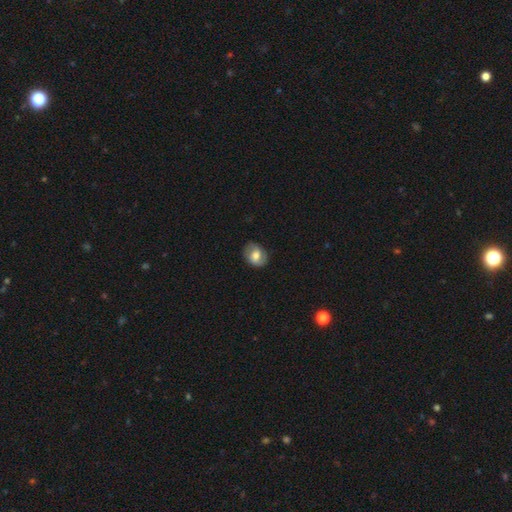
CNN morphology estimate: Smooth or featured?
  - smooth: 57% *
  - featured or disk: 35%
  - star or artifact: 8%
How rounded?
  - in between: 55% *
  - round: 44%
  - cigar-shaped: 1%
Merging?
  - none: 79% *
  - minor disturbance: 16%
  - major disturbance: 4%
  - merger: 1%